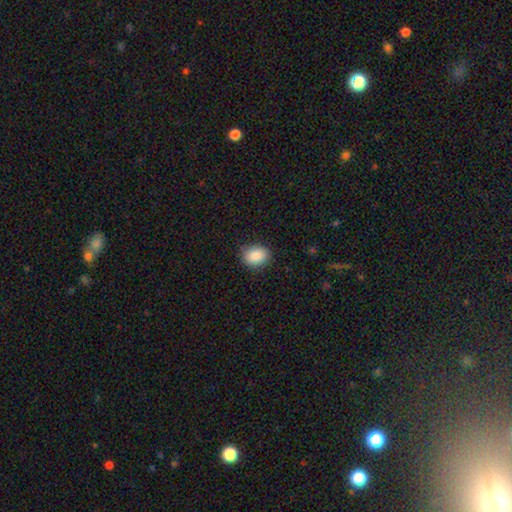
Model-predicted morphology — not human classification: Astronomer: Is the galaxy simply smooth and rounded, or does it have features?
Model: smooth — 88%.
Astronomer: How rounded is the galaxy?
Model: in between — 57% (runner-up: round, 42%).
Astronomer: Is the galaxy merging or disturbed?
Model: none — 84%.